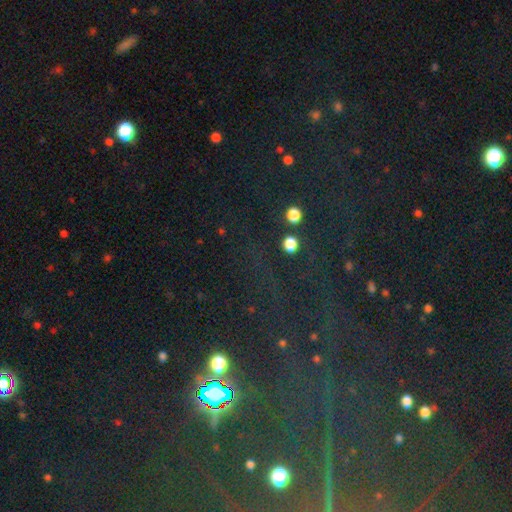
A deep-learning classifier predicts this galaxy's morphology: Q: Smooth or featured?
A: star or artifact (77%); runner-up: smooth (14%)